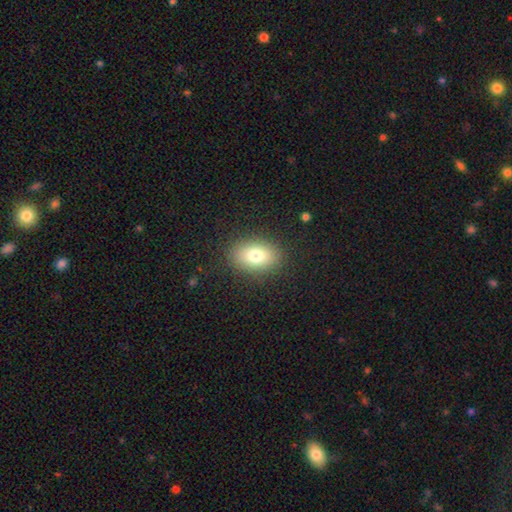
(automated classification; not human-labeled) A smooth galaxy with no disk features (78%) that is in between round and cigar-shaped (76%).

Vote fractions:
- Smooth or featured? smooth: 78% / featured or disk: 12% / star or artifact: 11%
- How rounded? in between: 76% / round: 23% / cigar-shaped: 1%
- Merging? none: 87% / minor disturbance: 8% / major disturbance: 3% / merger: 1%